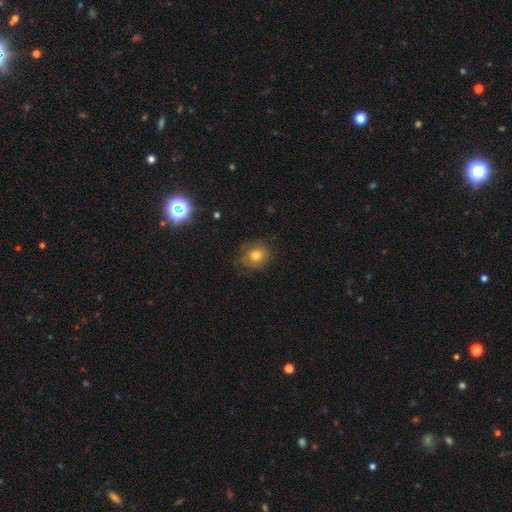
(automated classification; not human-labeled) Smooth or featured? Predicted: smooth (p=0.71). How rounded? Predicted: round (p=0.69). Merging? Predicted: none (p=0.69).